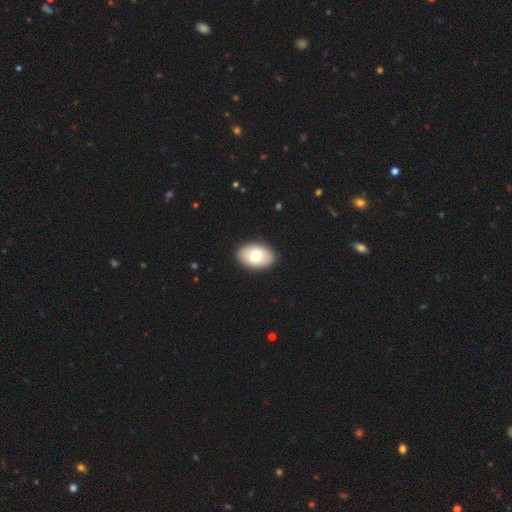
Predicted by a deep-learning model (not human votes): Morphology: type=smooth (73%); roundness=in between (90%); merging=none (90%).